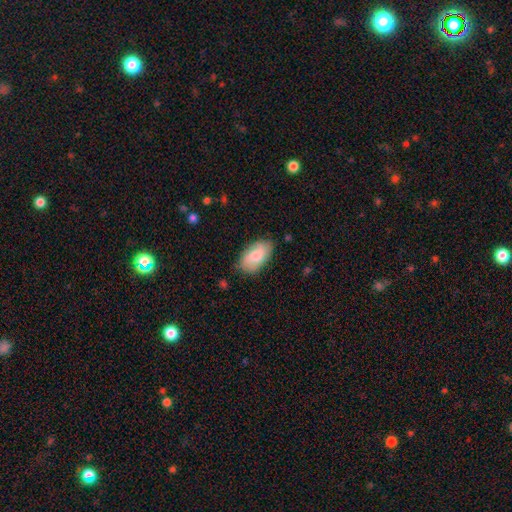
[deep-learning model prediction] smooth-or-featured: smooth: 74% | featured or disk: 20% | star or artifact: 6%
  how-rounded: in between: 94% | round: 4% | cigar-shaped: 3%
  merging: none: 79% | minor disturbance: 17% | major disturbance: 3% | merger: 1%